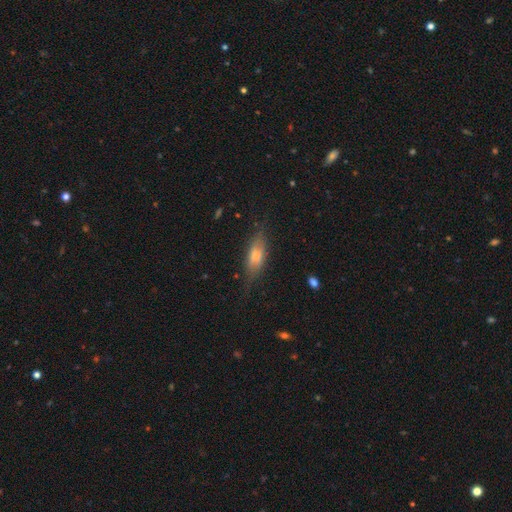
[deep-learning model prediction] Smooth or featured: smooth — 59% (featured or disk — 32%)
How rounded: in between — 60% (cigar-shaped — 36%)
Merging: none — 68% (minor disturbance — 22%)